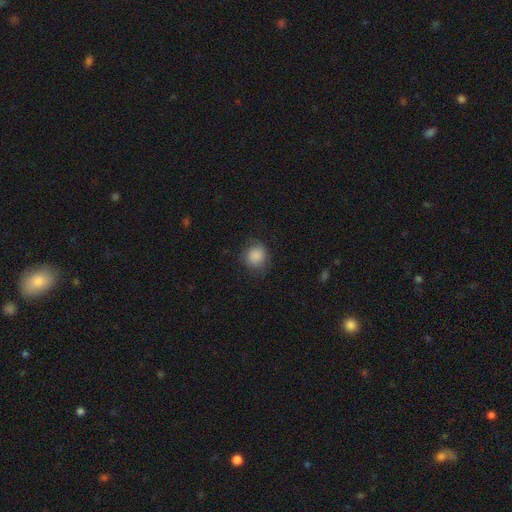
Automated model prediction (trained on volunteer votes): Morphology: type=smooth (87%); roundness=round (83%); merging=none (77%).